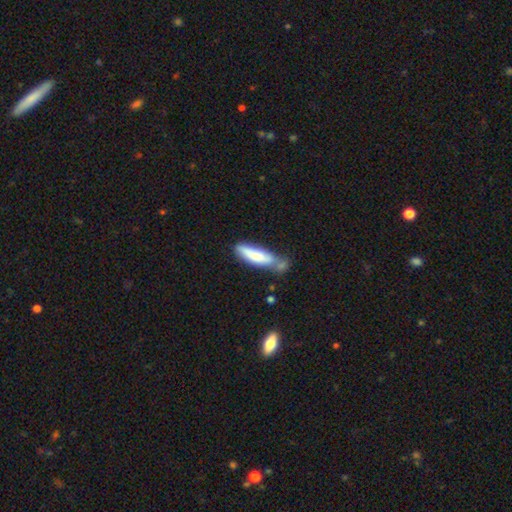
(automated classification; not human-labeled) smooth 72%, featured or disk 22%, star or artifact 6%. Down the decision tree: how rounded — cigar-shaped (72%); merging — none (41%).